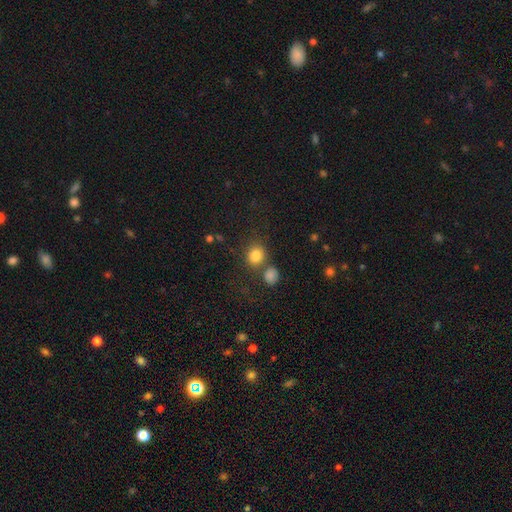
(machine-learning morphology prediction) The model was most divided on "merging": none: 62%, merger: 22%, minor disturbance: 11%, major disturbance: 5%. More confident: smooth or featured — smooth (82%); how rounded — round (78%).